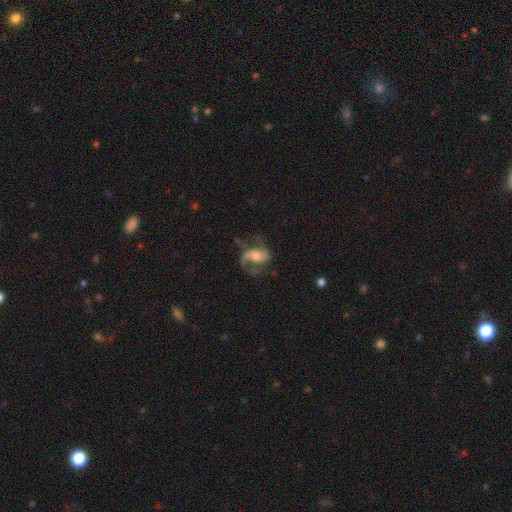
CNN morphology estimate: Smooth or featured? Predicted: featured or disk (p=0.79). Edge-on disk? Predicted: no (p=0.97). Bar? Predicted: no (p=0.48). Spiral arms? Predicted: yes (p=0.91). Spiral winding? Predicted: loose (p=0.45). Spiral arm count? Predicted: 2 (p=0.77). Bulge size? Predicted: moderate (p=0.52). Merging? Predicted: none (p=0.51).